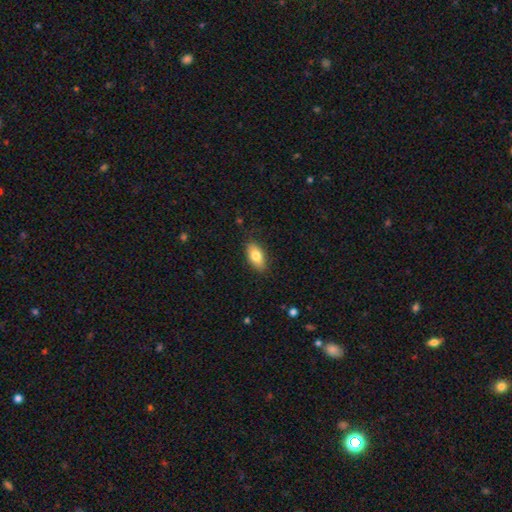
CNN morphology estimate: The model was most divided on "smooth or featured": smooth: 79%, featured or disk: 14%, star or artifact: 7%. More confident: how rounded — in between (89%); merging — none (84%).